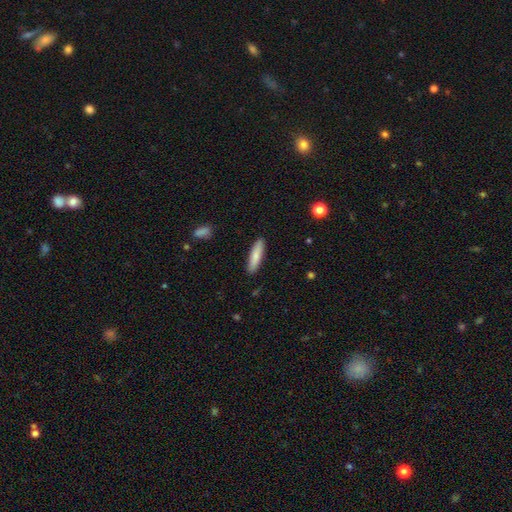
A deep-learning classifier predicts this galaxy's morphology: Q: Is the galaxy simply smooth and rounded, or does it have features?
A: smooth — 81%.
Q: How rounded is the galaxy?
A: cigar-shaped — 75%.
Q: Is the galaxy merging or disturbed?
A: none — 90%.